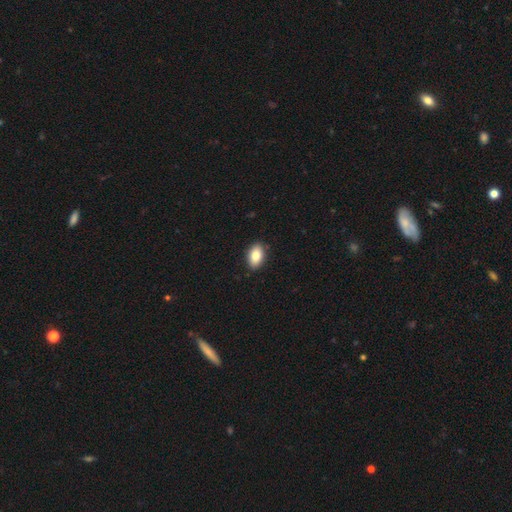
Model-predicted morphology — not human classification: Overall: smooth (84%). How rounded: in between (90%). Merging: none (88%).